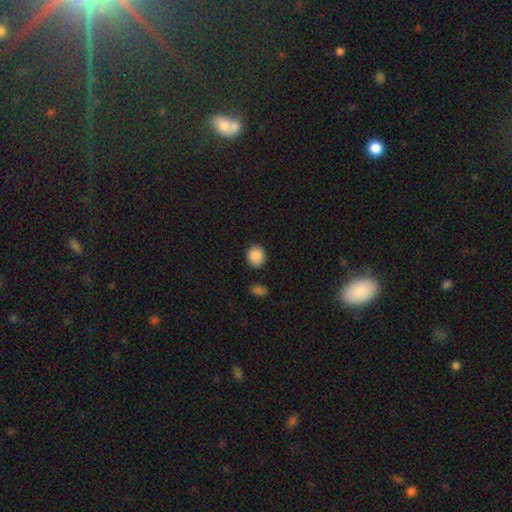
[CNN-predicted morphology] smooth-or-featured: smooth: 89% | star or artifact: 8% | featured or disk: 3%
  how-rounded: round: 78% | in between: 21% | cigar-shaped: 1%
  merging: none: 88% | minor disturbance: 8% | merger: 3% | major disturbance: 2%